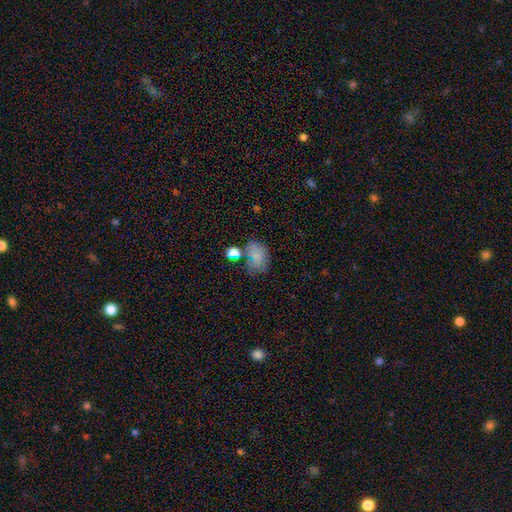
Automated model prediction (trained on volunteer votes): Smooth or featured? Predicted: smooth (p=0.76). How rounded? Predicted: in between (p=0.75). Merging? Predicted: none (p=0.51).